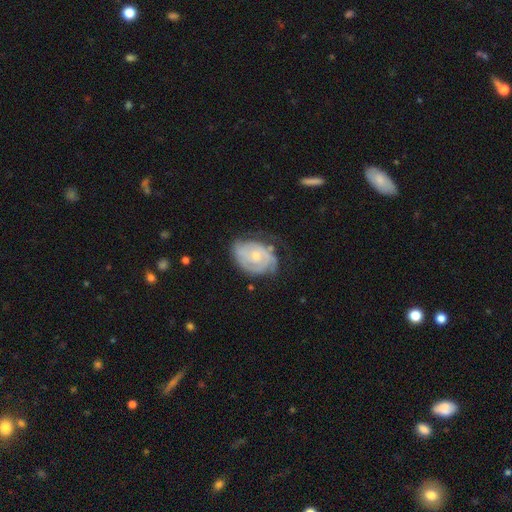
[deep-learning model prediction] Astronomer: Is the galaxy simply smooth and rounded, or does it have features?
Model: featured or disk — 79%.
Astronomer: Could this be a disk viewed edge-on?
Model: no — 97%.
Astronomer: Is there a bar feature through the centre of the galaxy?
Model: no — 74%.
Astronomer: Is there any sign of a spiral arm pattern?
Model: yes — 91%.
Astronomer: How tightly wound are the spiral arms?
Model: tight — 69%.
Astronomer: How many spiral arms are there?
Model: can't tell — 38% (runner-up: 2, 28%).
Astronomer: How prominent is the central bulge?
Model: small — 59% (runner-up: moderate, 38%).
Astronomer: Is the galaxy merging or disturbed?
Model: none — 58%.